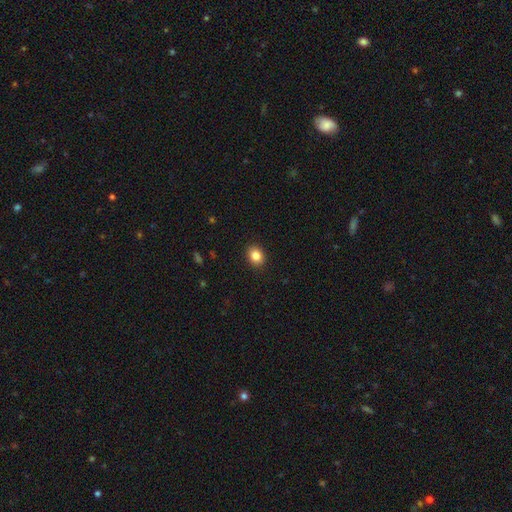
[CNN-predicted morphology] Q: Smooth or featured?
A: smooth (85%); runner-up: star or artifact (10%)
Q: How rounded?
A: round (51%); runner-up: in between (48%)
Q: Merging?
A: none (91%); runner-up: minor disturbance (6%)